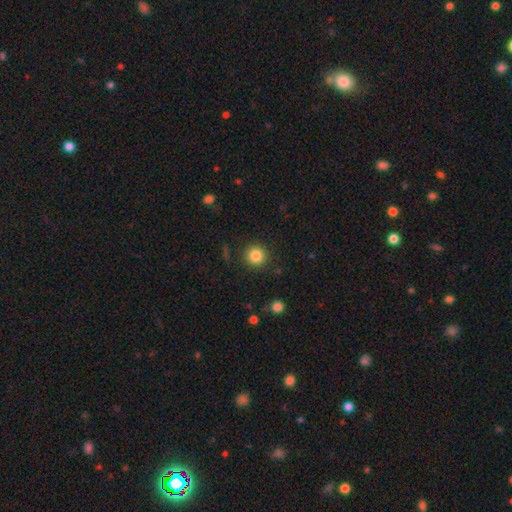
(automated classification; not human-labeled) smooth 84%, star or artifact 11%, featured or disk 5%. Down the decision tree: how rounded — round (94%); merging — none (90%).